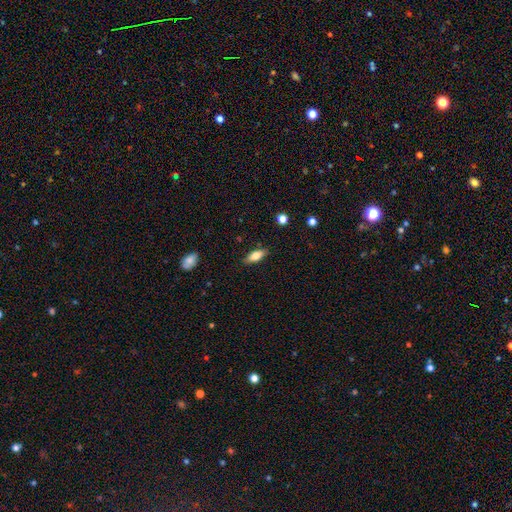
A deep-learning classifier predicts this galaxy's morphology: smooth_or_featured: smooth (p=0.73) [alt: featured or disk p=0.20]
how_rounded: in between (p=0.73) [alt: cigar-shaped p=0.24]
merging: none (p=0.86) [alt: minor disturbance p=0.11]